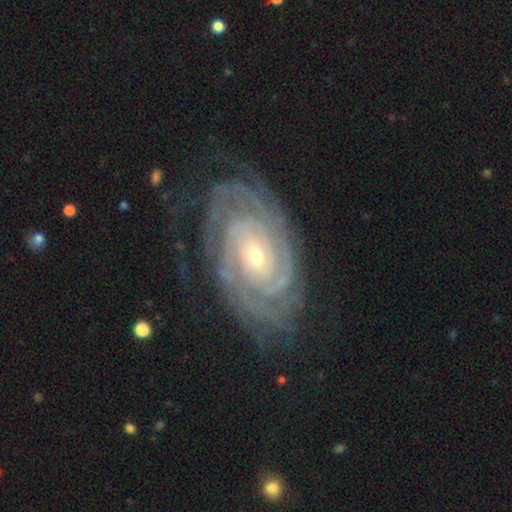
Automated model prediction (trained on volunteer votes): featured or disk 91%, star or artifact 5%, smooth 4%. Down the decision tree: edge-on disk — no (96%); bar — no (63%); spiral arms — yes (98%); spiral arm count — 2 (27%); spiral winding — tight (86%); bulge size — small (69%); merging — none (77%).